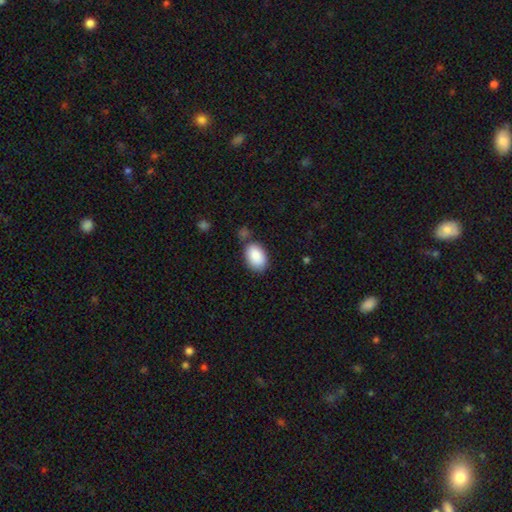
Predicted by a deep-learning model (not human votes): Q: Smooth or featured?
A: smooth (89%); runner-up: star or artifact (6%)
Q: How rounded?
A: in between (91%); runner-up: round (8%)
Q: Merging?
A: none (70%); runner-up: minor disturbance (16%)